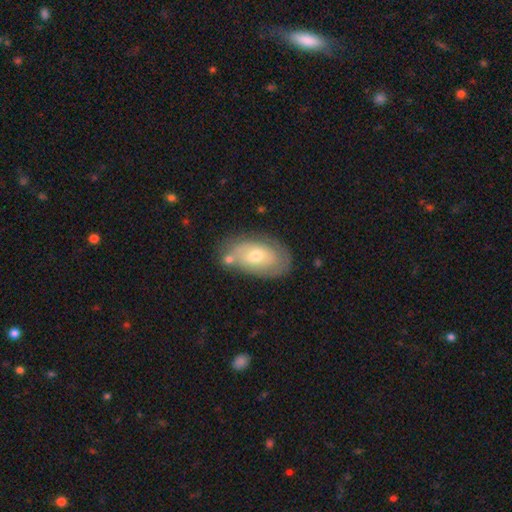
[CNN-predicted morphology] Smooth or featured? Predicted: smooth (p=0.48). Merging? Predicted: none (p=0.66).